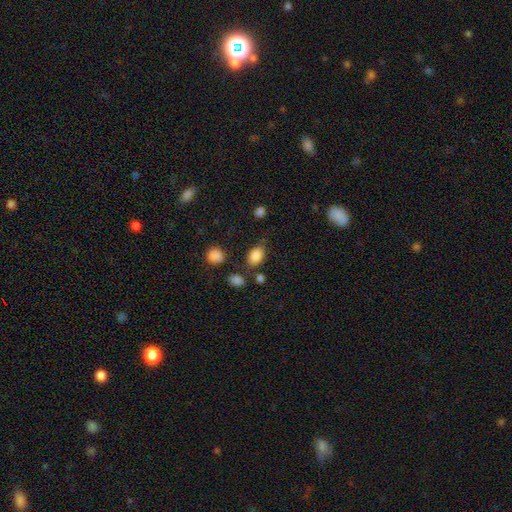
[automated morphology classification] A smooth galaxy with no disk features (84%) that is in between round and cigar-shaped (81%). Merging: none (68%).